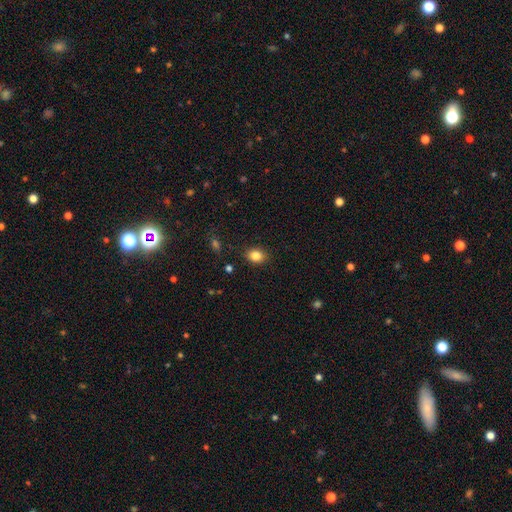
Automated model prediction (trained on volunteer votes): This is clearly a smooth galaxy (84%). How rounded: possibly in between (58%). Merging: clearly none (87%).